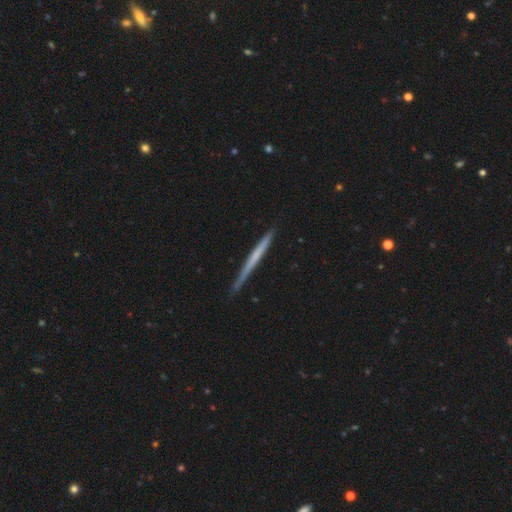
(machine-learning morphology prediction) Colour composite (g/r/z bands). It shows a featured or disk galaxy (50%) viewed edge-on (97%). Merging: none (86%).